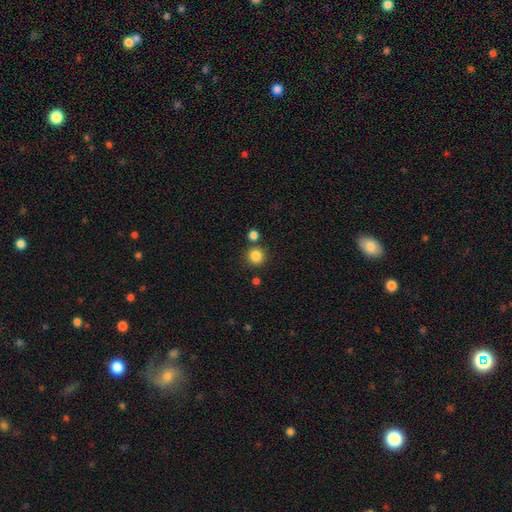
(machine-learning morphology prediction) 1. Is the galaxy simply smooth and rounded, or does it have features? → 85% smooth, 11% star or artifact, 4% featured or disk.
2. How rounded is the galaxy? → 94% round, 5% in between, 1% cigar-shaped.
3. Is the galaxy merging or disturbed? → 80% none, 11% merger, 7% minor disturbance, 3% major disturbance.